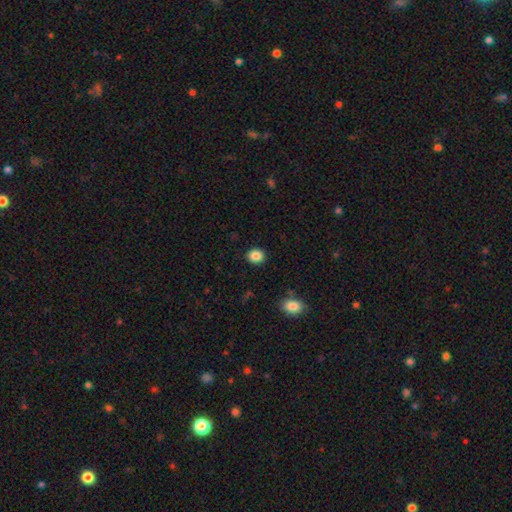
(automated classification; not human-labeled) smooth_or_featured: smooth (p=0.86) [alt: star or artifact p=0.10]
how_rounded: round (p=0.74) [alt: in between p=0.25]
merging: none (p=0.90) [alt: minor disturbance p=0.07]